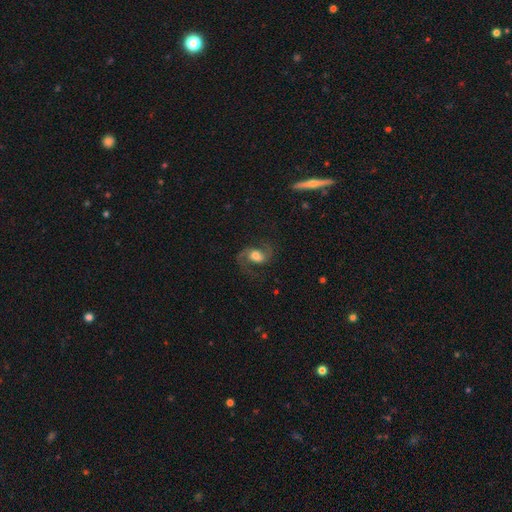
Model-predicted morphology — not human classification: Smooth or featured: featured or disk — 75% (smooth — 17%)
Edge-on disk: no — 97% (yes — 3%)
Bar: no — 43% (weak — 41%)
Spiral arms: yes — 94% (no — 6%)
Spiral winding: loose — 48% (medium — 44%)
Spiral arm count: 2 — 91% (1 — 3%)
Bulge size: moderate — 55% (large — 26%)
Merging: none — 69% (minor disturbance — 15%)